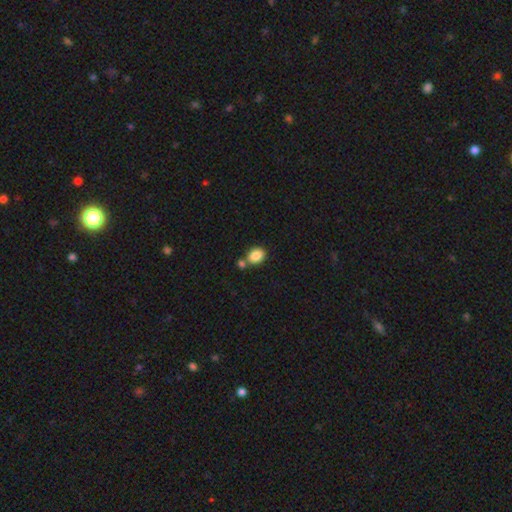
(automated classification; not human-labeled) A smooth galaxy with no disk features (85%) that is in between round and cigar-shaped (64%).

Vote fractions:
- Smooth or featured? smooth: 85% / star or artifact: 8% / featured or disk: 6%
- How rounded? in between: 64% / round: 35% / cigar-shaped: 1%
- Merging? none: 55% / merger: 31% / minor disturbance: 11% / major disturbance: 3%